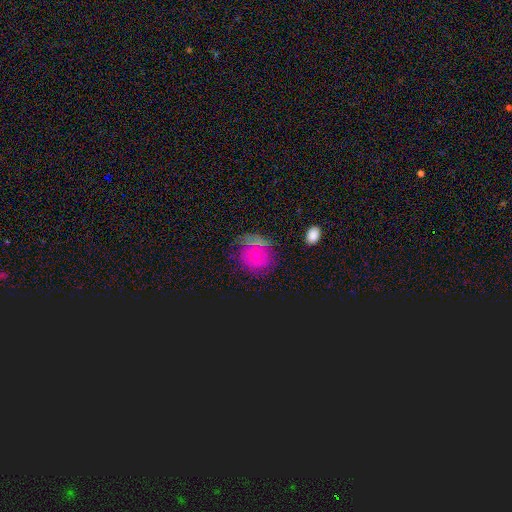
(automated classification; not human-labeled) Morphology: type=featured or disk (52%); edge-on=no (96%); bar=no (56%); spiral arms=yes (68%); bulge=small (49%); merging=none (63%).